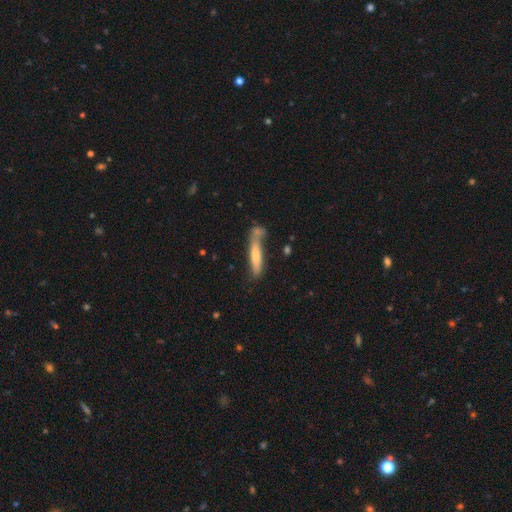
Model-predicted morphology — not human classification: Smooth or featured: smooth — 63% (featured or disk — 31%)
How rounded: cigar-shaped — 85% (in between — 13%)
Merging: none — 51% (merger — 23%)